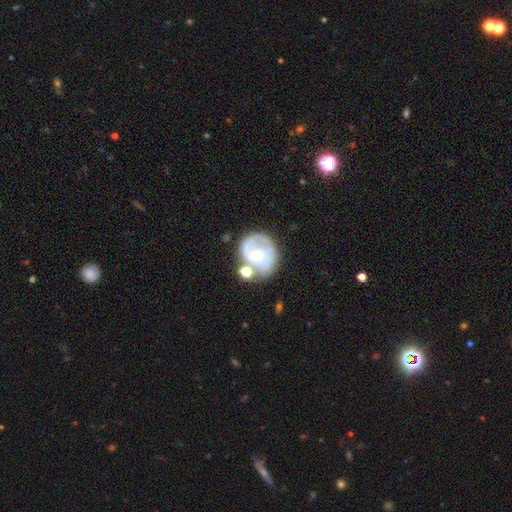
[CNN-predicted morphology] A featured or disk galaxy (68%) with no bar (64%), spiral arms (66%) and a small central bulge (61%).

Vote fractions:
- Smooth or featured? featured or disk: 68% / smooth: 24% / star or artifact: 8%
- Edge-on disk? no: 98% / yes: 2%
- Bar? no: 64% / weak: 29% / strong: 7%
- Spiral arms? yes: 66% / no: 34%
- Bulge size? small: 61% / moderate: 34% / none: 3% / large: 2% / dominant: 1%
- Merging? none: 49% / minor disturbance: 21% / merger: 15% / major disturbance: 14%